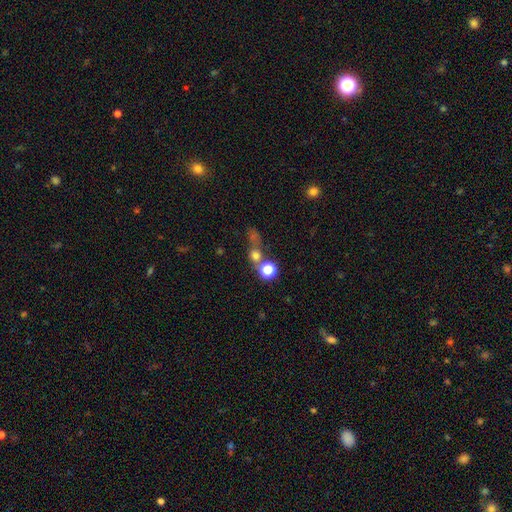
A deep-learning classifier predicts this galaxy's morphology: A smooth galaxy with no disk features (60%) that is round (85%). Merging: none (47%).